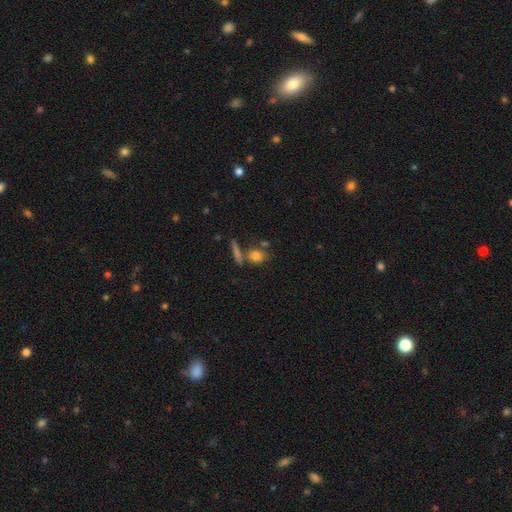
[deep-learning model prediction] smooth-or-featured: smooth: 79% | featured or disk: 11% | star or artifact: 10%
  how-rounded: round: 58% | in between: 32% | cigar-shaped: 9%
  merging: none: 60% | merger: 23% | minor disturbance: 12% | major disturbance: 6%